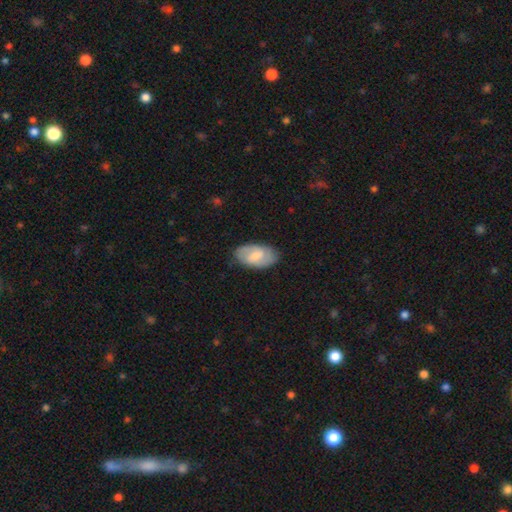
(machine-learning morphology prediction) Overall: smooth (47%, tied with featured or disk). Merging: none (80%).